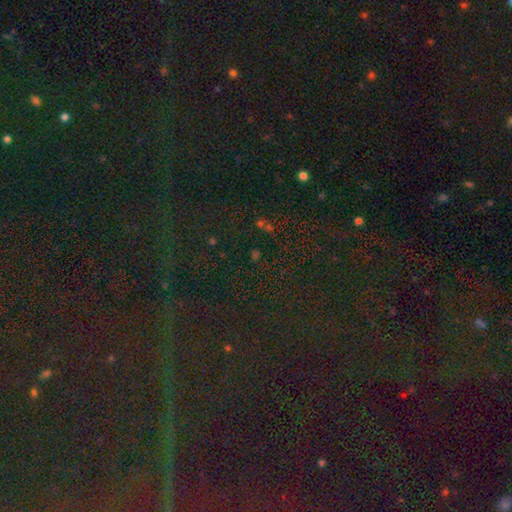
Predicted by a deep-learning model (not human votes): This appears to be a star or artifact, not a galaxy (74%).